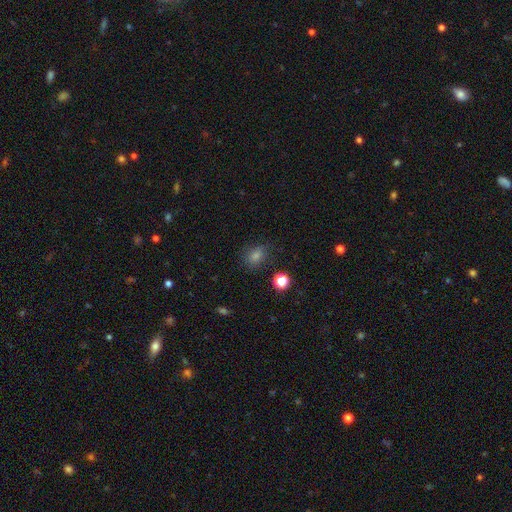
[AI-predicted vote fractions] This is likely a smooth galaxy (67%). How rounded: possibly in between (50%). Merging: clearly none (81%).